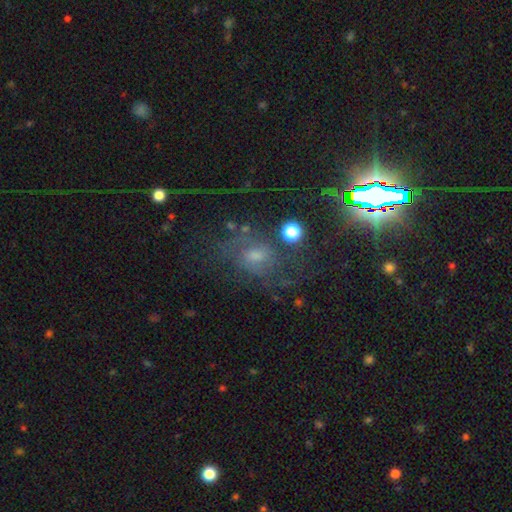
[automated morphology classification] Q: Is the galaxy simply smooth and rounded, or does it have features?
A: featured or disk — 42%.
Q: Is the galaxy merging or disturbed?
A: none — 52%.